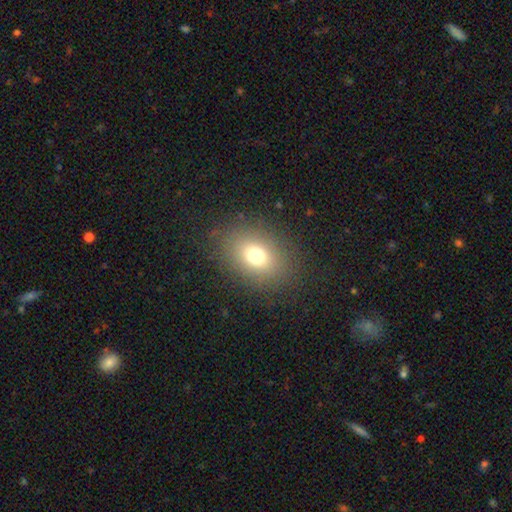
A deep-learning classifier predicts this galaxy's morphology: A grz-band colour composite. It shows a smooth galaxy with no disk features (72%) that is in between round and cigar-shaped (59%). Merging: none (84%).